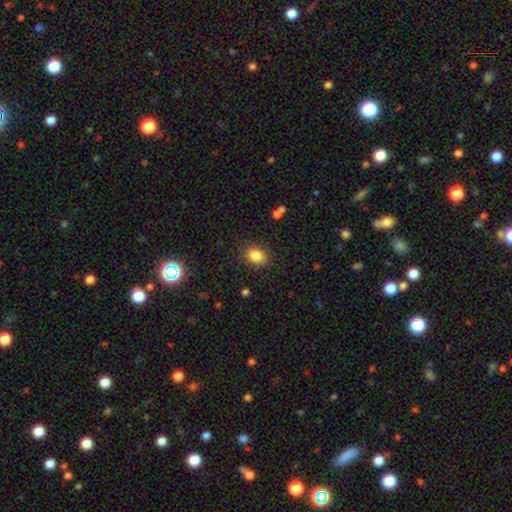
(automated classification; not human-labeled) smooth-or-featured: smooth: 85% | star or artifact: 10% | featured or disk: 6%
  how-rounded: in between: 71% | round: 28% | cigar-shaped: 1%
  merging: none: 85% | minor disturbance: 10% | major disturbance: 3% | merger: 1%